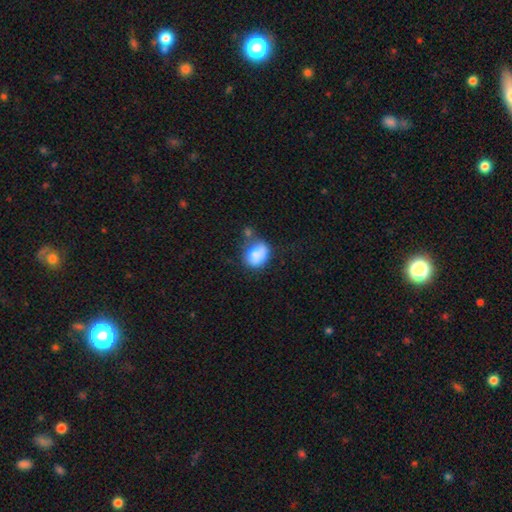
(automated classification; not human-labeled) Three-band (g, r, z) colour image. It shows a smooth galaxy with no disk features (79%) that is in between round and cigar-shaped (63%). Merging: none (35%).